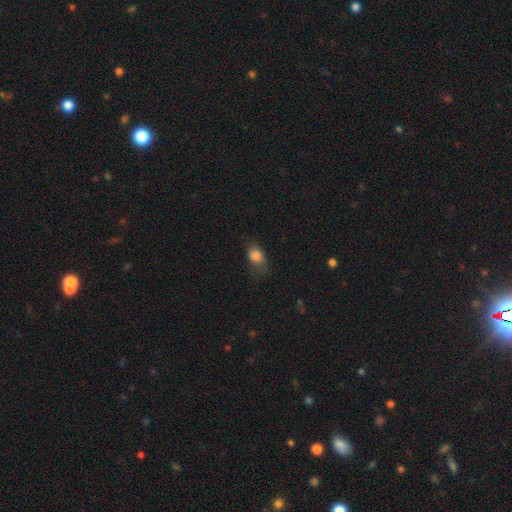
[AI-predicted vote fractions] Smooth or featured: smooth — 83% (star or artifact — 9%)
How rounded: in between — 76% (round — 20%)
Merging: none — 56% (minor disturbance — 29%)